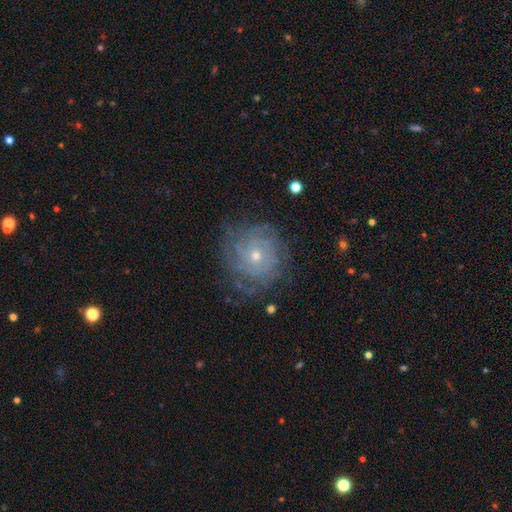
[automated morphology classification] smooth-or-featured: featured or disk: 75% | smooth: 16% | star or artifact: 9%
  disk-edge-on: no: 97% | yes: 3%
    bar: no: 82% | weak: 15% | strong: 3%
    has-spiral-arms: yes: 88% | no: 12%
      spiral-winding: tight: 75% | medium: 18% | loose: 6%
      spiral-arm-count: can't tell: 53% | 4: 11% | 2: 11% | 3: 11% | more than 4: 8% | 1: 6%
    bulge-size: small: 59% | moderate: 38% | large: 1% | none: 1% | dominant: 1%
  merging: none: 73% | minor disturbance: 17% | major disturbance: 8% | merger: 1%